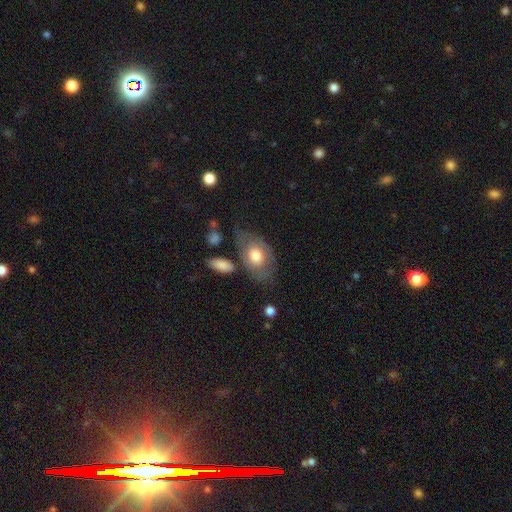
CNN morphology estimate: This is likely a smooth galaxy (62%). How rounded: clearly in between (84%). Merging: possibly none (54%).